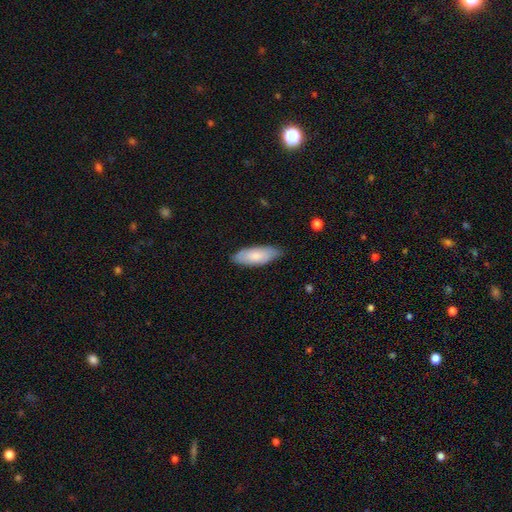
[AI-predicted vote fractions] The model was most divided on "how rounded": in between: 78%, cigar-shaped: 20%, round: 2%. More confident: smooth or featured — smooth (79%); merging — none (79%).